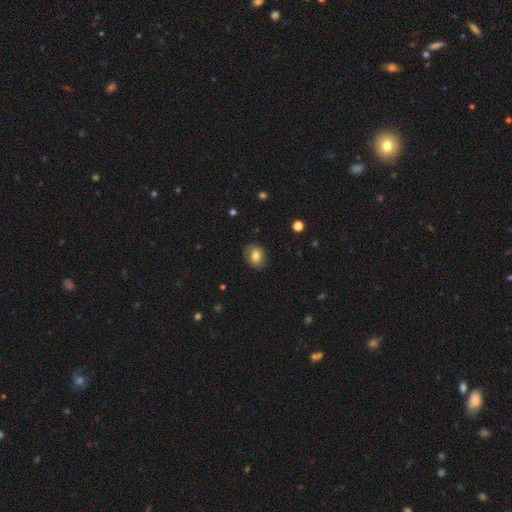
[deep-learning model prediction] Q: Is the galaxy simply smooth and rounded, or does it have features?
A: smooth — 66%.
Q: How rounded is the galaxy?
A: in between — 53%.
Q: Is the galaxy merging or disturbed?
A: none — 78%.